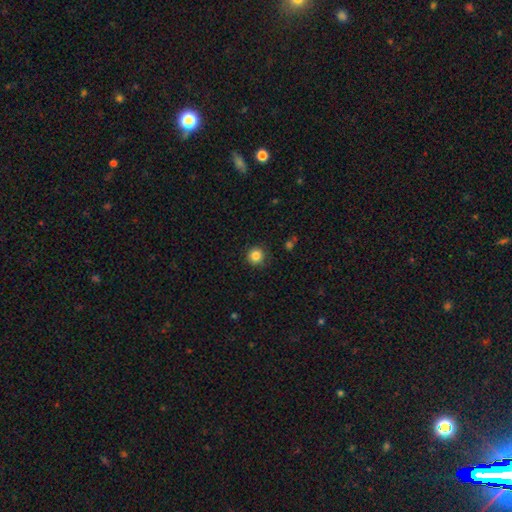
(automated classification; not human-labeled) smooth-or-featured: smooth: 85% | star or artifact: 11% | featured or disk: 4%
  how-rounded: round: 95% | in between: 4% | cigar-shaped: 1%
  merging: none: 90% | minor disturbance: 7% | major disturbance: 2% | merger: 1%